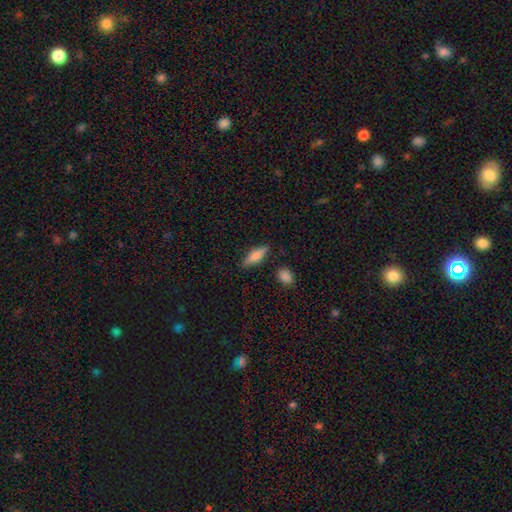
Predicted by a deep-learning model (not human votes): Smooth or featured? Predicted: smooth (p=0.66). How rounded? Predicted: cigar-shaped (p=0.54). Merging? Predicted: none (p=0.81).